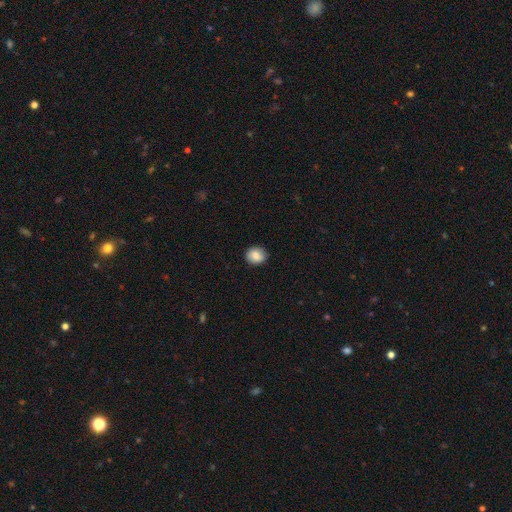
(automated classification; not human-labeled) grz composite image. It shows a smooth galaxy with no disk features (86%) that is round (69%). Merging: none (88%).